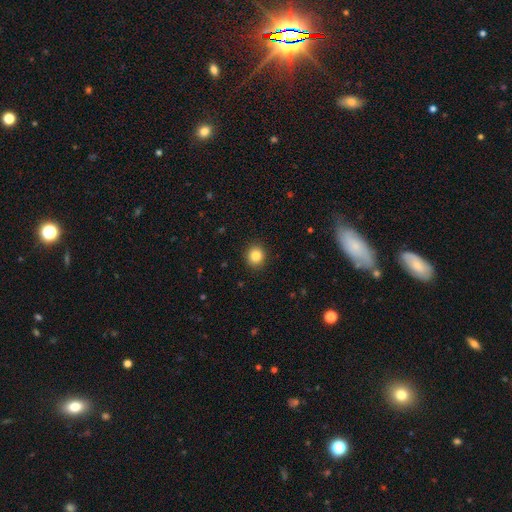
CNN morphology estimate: The model was most divided on "how rounded": round: 83%, in between: 16%, cigar-shaped: 1%. More confident: merging — none (91%); smooth or featured — smooth (85%).